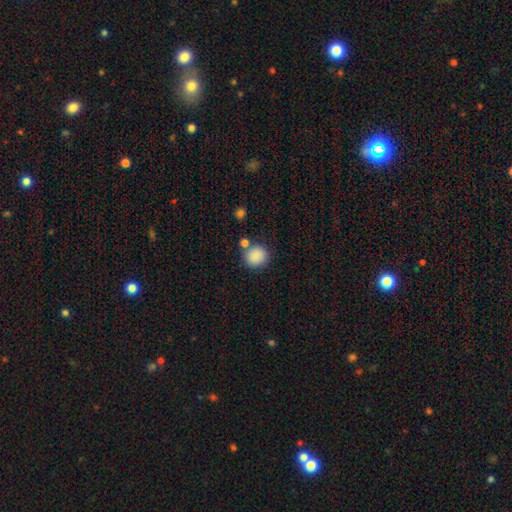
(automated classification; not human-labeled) A smooth galaxy with no disk features (87%) that is round (87%). Merging: none (76%).